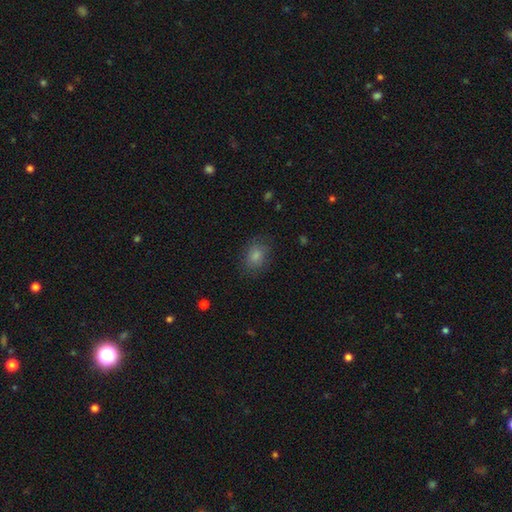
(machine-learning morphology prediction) type=smooth (82%); roundness=in between (61%); merging=none (78%).